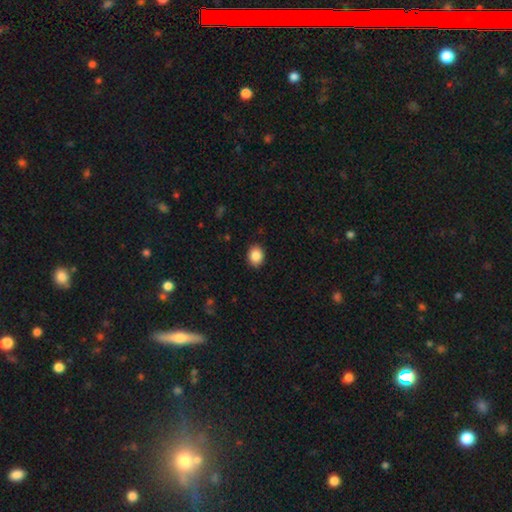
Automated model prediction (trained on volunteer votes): A smooth galaxy with no disk features (88%) that is round (50%, tied with in between).

Vote fractions:
- Smooth or featured? smooth: 88% / star or artifact: 8% / featured or disk: 4%
- How rounded? round: 50% (tied) / in between: 50% (tied) / cigar-shaped: 1%
- Merging? none: 90% / minor disturbance: 7% / major disturbance: 2% / merger: 1%